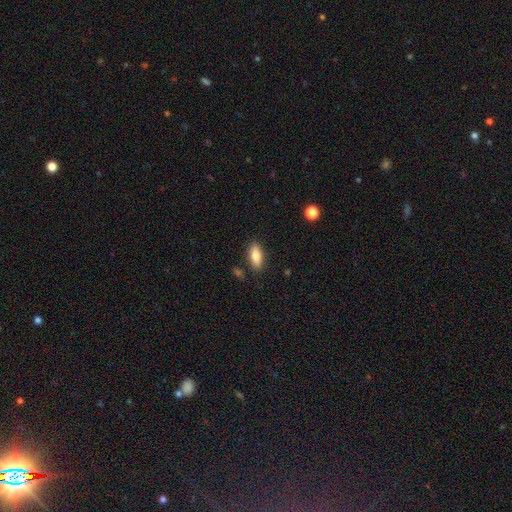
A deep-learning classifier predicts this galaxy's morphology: type=smooth (77%); roundness=in between (75%); merging=none (85%).